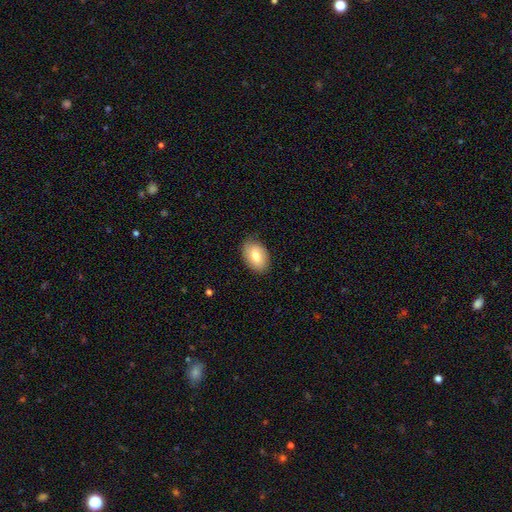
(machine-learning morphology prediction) A smooth galaxy with no disk features (76%) that is in between round and cigar-shaped (85%).

Vote fractions:
- Smooth or featured? smooth: 76% / featured or disk: 17% / star or artifact: 7%
- How rounded? in between: 85% / round: 14% / cigar-shaped: 1%
- Merging? none: 84% / minor disturbance: 13% / major disturbance: 3% / merger: 1%